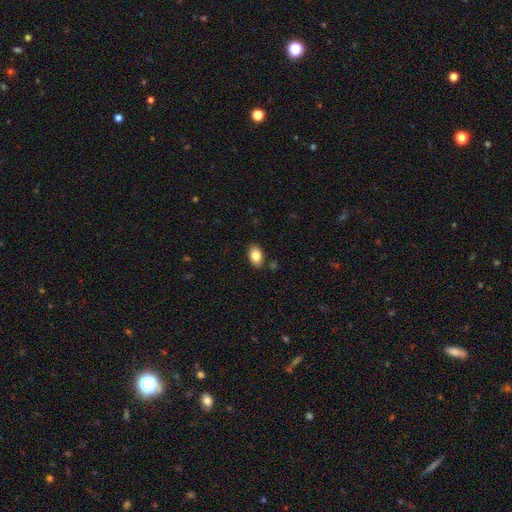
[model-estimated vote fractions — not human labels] A smooth galaxy with no disk features (84%) that is in between round and cigar-shaped (88%). Merging: none (86%).